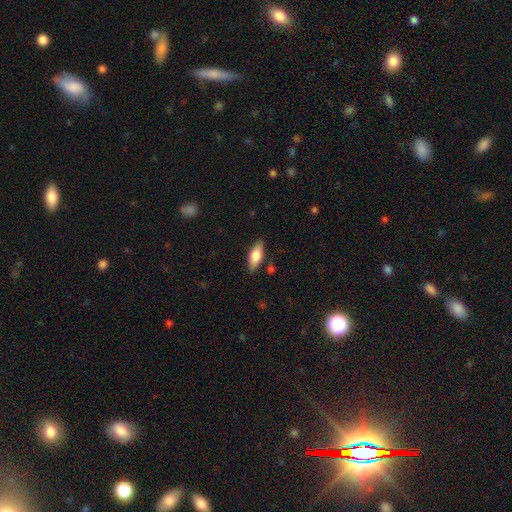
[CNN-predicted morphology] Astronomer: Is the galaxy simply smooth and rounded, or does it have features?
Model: smooth — 69%.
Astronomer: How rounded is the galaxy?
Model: in between — 77%.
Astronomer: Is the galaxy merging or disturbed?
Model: none — 84%.